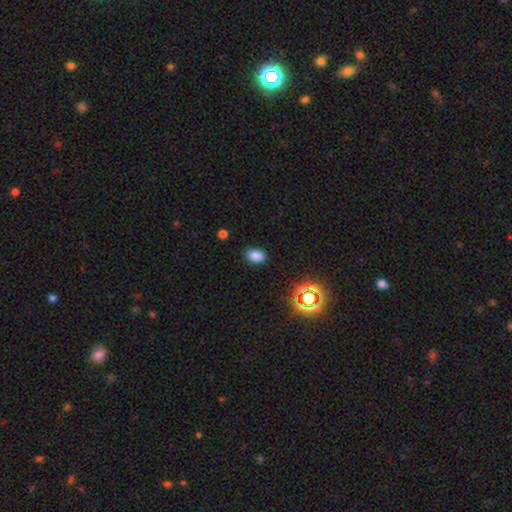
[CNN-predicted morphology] Smooth or featured? smooth (81%)
How rounded? in between (85%)
Merging? none (83%)